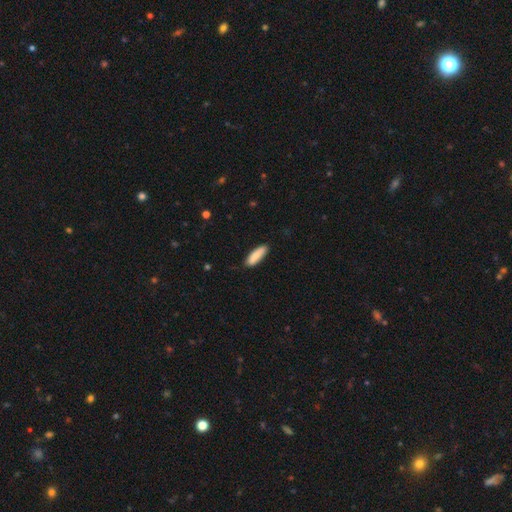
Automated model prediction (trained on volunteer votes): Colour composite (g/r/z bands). It shows a smooth galaxy with no disk features (87%) that is in between round and cigar-shaped (54%). Merging: none (83%).